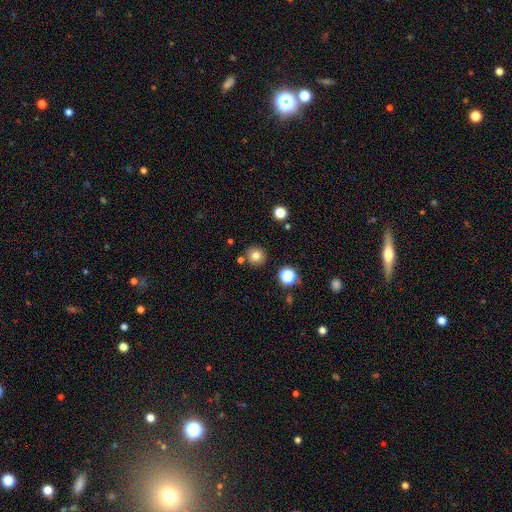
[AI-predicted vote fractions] smooth_or_featured: smooth (p=0.79) [alt: star or artifact p=0.14]
how_rounded: round (p=0.94) [alt: in between p=0.05]
merging: none (p=0.86) [alt: minor disturbance p=0.07]